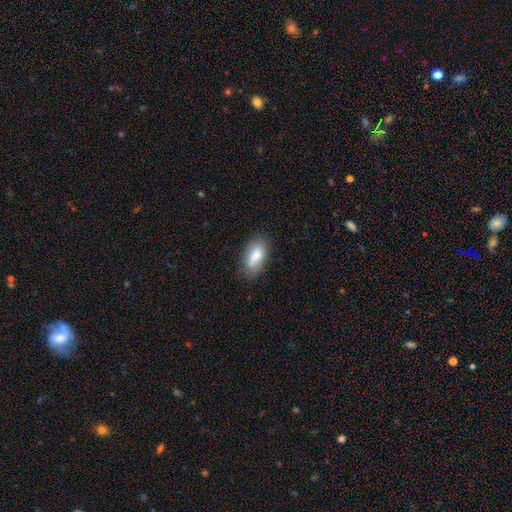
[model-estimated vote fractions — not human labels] The model was most divided on "merging": none: 70%, minor disturbance: 21%, major disturbance: 5%, merger: 4%. More confident: how rounded — in between (91%); smooth or featured — smooth (79%).